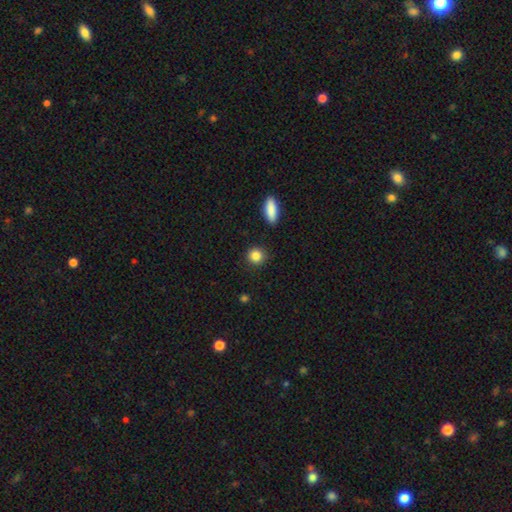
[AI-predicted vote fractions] This appears to be a smooth galaxy with no disk features (87%) that is round (87%). Merging: none (89%).